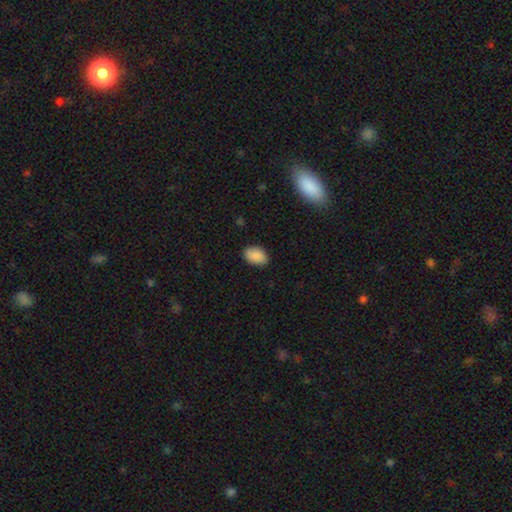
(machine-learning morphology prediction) Smooth or featured: smooth — 89% (star or artifact — 7%)
How rounded: in between — 90% (round — 9%)
Merging: none — 85% (minor disturbance — 11%)